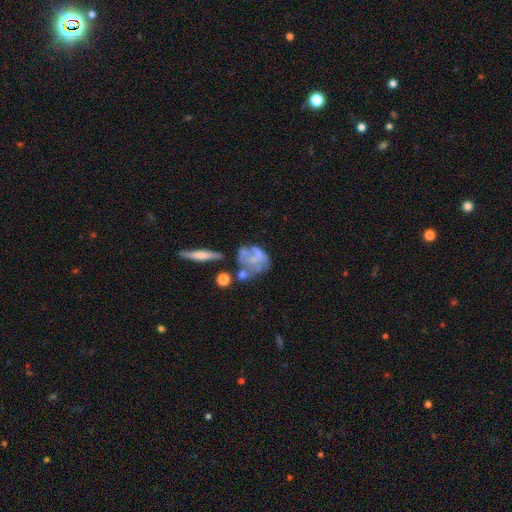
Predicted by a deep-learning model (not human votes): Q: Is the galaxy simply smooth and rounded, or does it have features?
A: featured or disk — 55%.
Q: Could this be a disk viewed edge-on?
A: no — 93%.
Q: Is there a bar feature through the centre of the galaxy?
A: no — 88%.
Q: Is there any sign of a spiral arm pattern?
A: no — 83%.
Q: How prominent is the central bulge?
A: none — 65%.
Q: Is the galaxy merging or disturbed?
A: none — 34%.